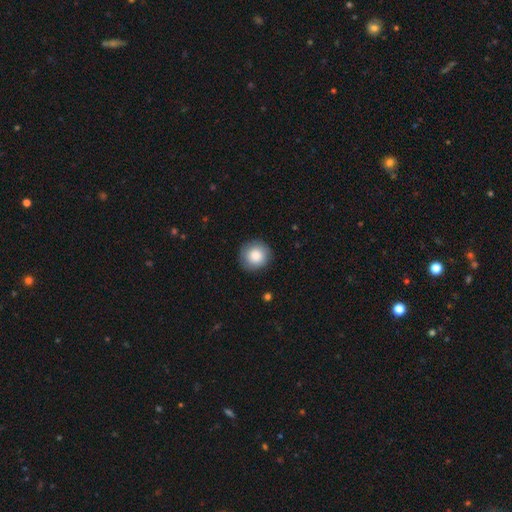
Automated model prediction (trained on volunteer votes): Smooth or featured? Predicted: smooth (p=0.85). How rounded? Predicted: round (p=0.94). Merging? Predicted: none (p=0.89).